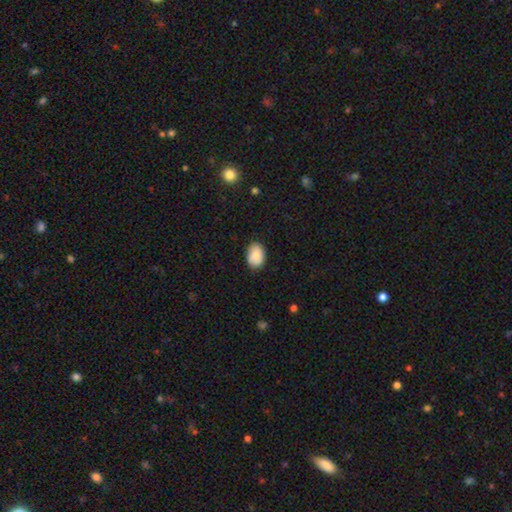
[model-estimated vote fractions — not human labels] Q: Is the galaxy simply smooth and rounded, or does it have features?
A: smooth — 88%.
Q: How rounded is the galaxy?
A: in between — 81%.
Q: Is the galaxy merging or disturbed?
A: none — 83%.